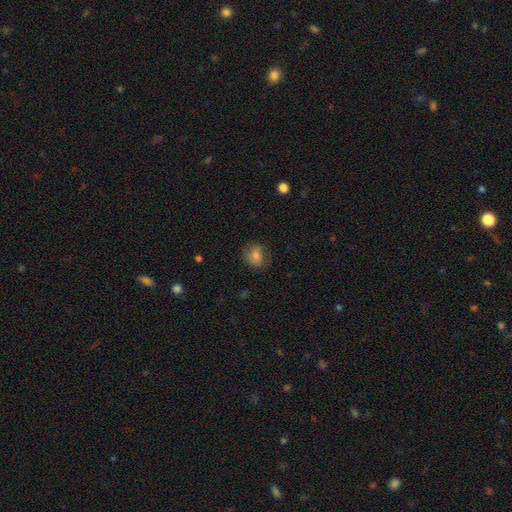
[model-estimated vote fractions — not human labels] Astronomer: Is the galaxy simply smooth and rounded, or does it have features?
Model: smooth — 75%.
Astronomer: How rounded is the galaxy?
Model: round — 71%.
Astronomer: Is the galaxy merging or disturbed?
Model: none — 79%.